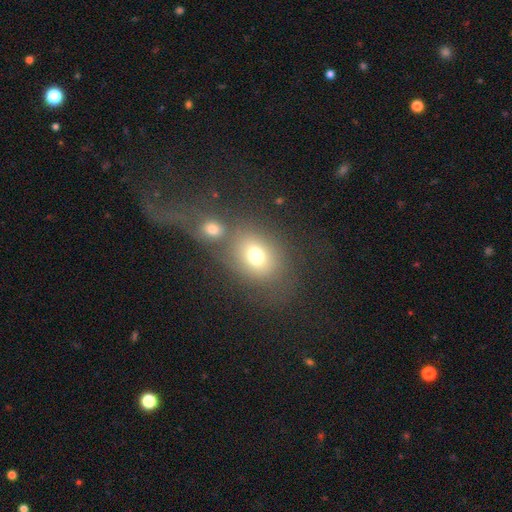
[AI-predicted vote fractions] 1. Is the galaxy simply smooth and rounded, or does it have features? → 73% smooth, 15% featured or disk, 12% star or artifact.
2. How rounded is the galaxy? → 53% in between, 46% round, 1% cigar-shaped.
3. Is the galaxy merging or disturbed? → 52% none, 29% merger, 12% minor disturbance, 7% major disturbance.